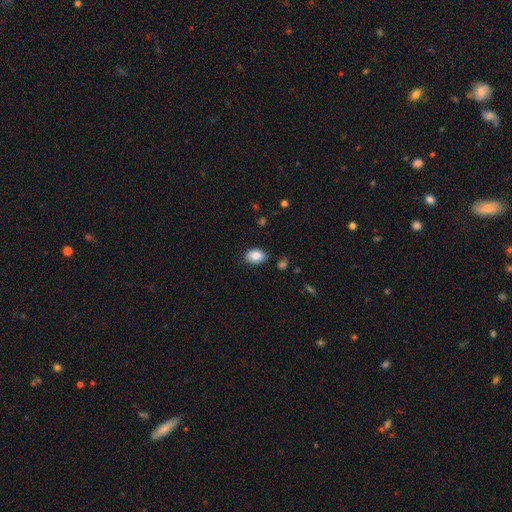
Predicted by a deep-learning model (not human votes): Smooth or featured?
  - smooth: 88% *
  - star or artifact: 7%
  - featured or disk: 5%
How rounded?
  - in between: 85% *
  - round: 14%
  - cigar-shaped: 1%
Merging?
  - none: 80% *
  - minor disturbance: 14%
  - major disturbance: 3%
  - merger: 2%